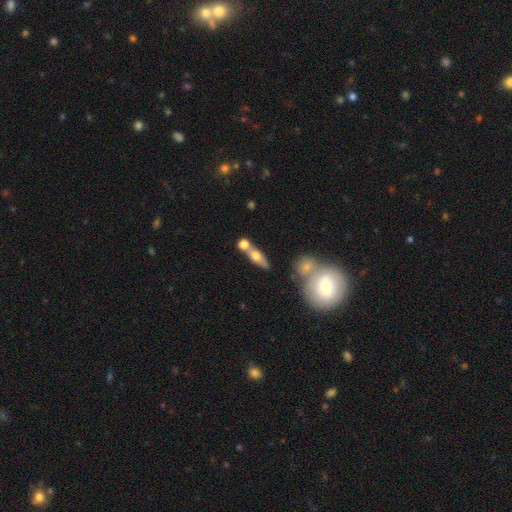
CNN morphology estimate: A smooth galaxy with no disk features (55%) that is in between round and cigar-shaped (47%).

Vote fractions:
- Smooth or featured? smooth: 55% / featured or disk: 36% / star or artifact: 9%
- How rounded? in between: 47% / cigar-shaped: 41% / round: 12%
- Merging? none: 43% / merger: 41% / minor disturbance: 11% / major disturbance: 5%